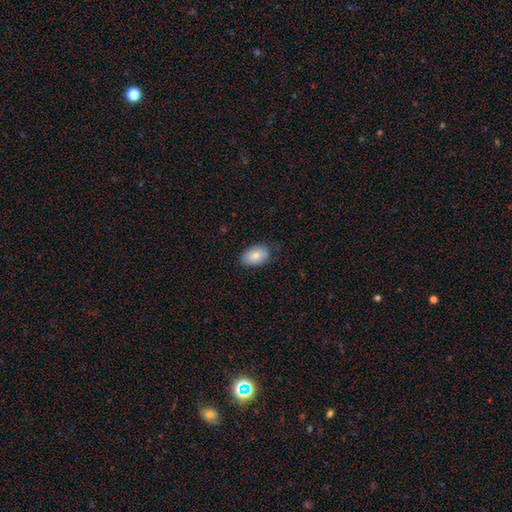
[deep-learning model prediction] Smooth or featured? Predicted: smooth (p=0.82). How rounded? Predicted: in between (p=0.91). Merging? Predicted: none (p=0.78).